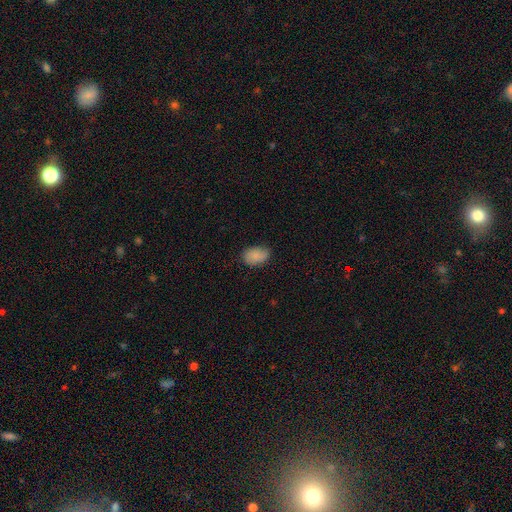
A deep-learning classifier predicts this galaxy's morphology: Smooth or featured? Predicted: smooth (p=0.86). How rounded? Predicted: in between (p=0.86). Merging? Predicted: none (p=0.79).